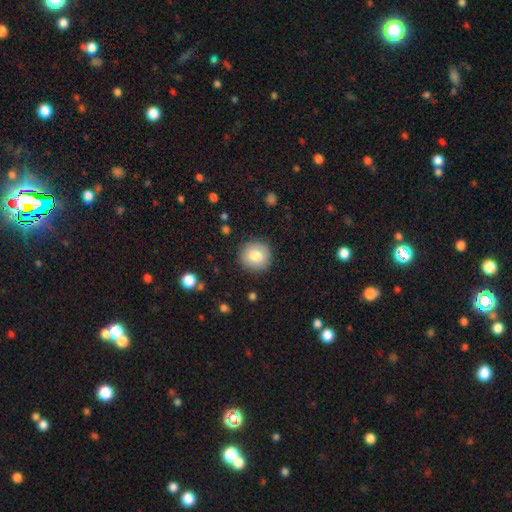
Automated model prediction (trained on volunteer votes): This appears to be a smooth galaxy with no disk features (81%) that is round (92%). Merging: none (89%).